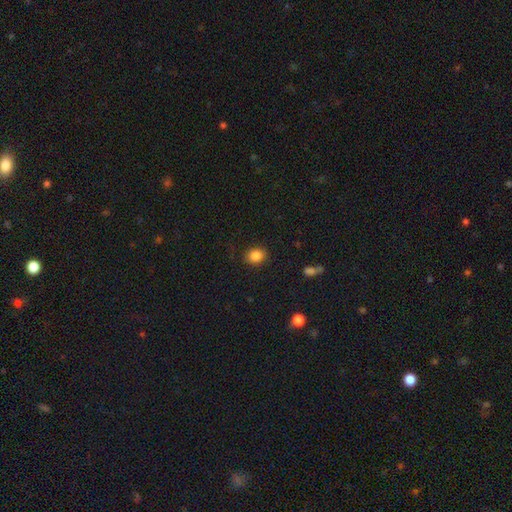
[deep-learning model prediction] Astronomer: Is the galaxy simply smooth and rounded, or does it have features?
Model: smooth — 86%.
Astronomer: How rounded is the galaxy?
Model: round — 58% (runner-up: in between, 41%).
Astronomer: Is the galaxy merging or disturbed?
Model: none — 86%.